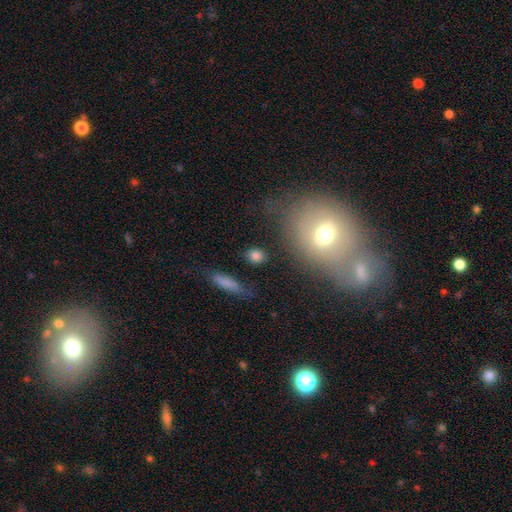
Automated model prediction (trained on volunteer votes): smooth-or-featured: smooth: 82% | star or artifact: 10% | featured or disk: 8%
  how-rounded: round: 52% | in between: 43% | cigar-shaped: 5%
  merging: none: 82% | minor disturbance: 10% | merger: 4% | major disturbance: 4%